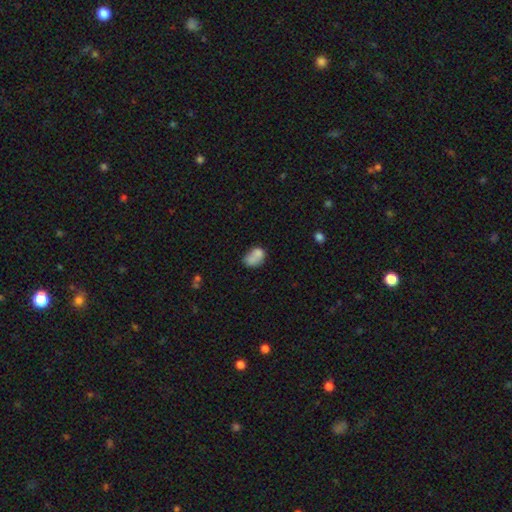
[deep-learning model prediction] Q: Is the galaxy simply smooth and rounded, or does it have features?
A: smooth — 72%.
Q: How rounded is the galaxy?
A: in between — 69%.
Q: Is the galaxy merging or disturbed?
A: merger — 44%.